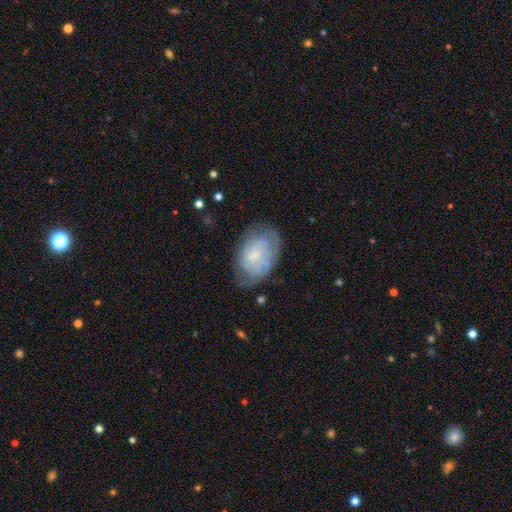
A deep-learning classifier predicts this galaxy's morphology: Smooth or featured: smooth — 47% (featured or disk — 44%)
Merging: none — 60% (minor disturbance — 27%)